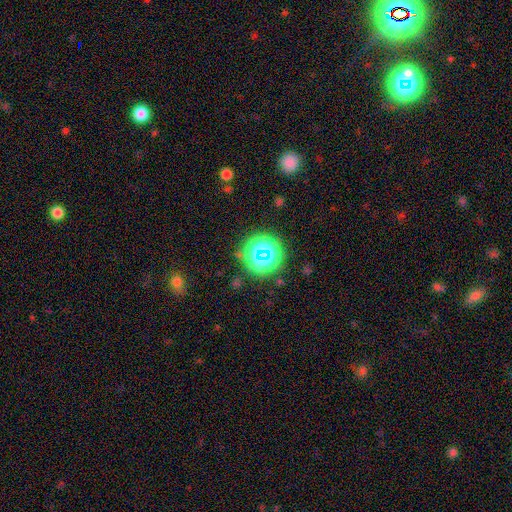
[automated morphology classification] Q: Smooth or featured?
A: star or artifact (68%); runner-up: smooth (23%)